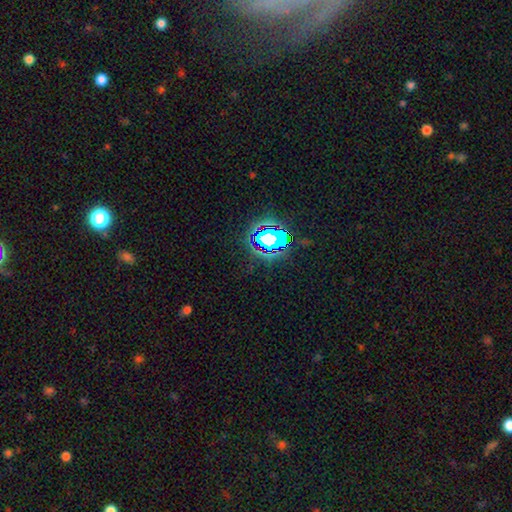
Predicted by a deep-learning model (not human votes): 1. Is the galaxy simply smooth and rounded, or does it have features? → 76% star or artifact, 15% smooth, 9% featured or disk.